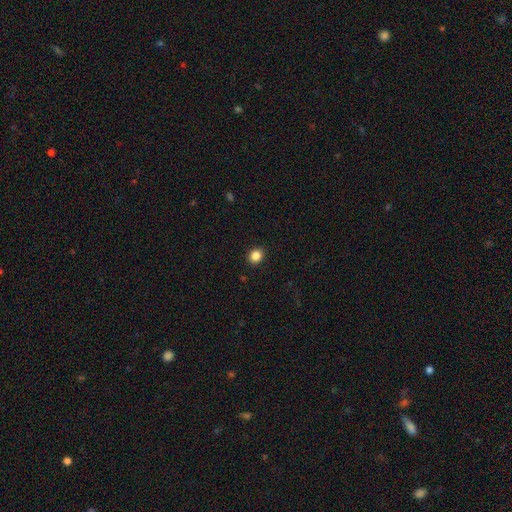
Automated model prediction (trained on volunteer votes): smooth-or-featured: smooth: 85% | star or artifact: 11% | featured or disk: 4%
  how-rounded: round: 74% | in between: 25% | cigar-shaped: 1%
  merging: none: 91% | minor disturbance: 6% | major disturbance: 2% | merger: 1%